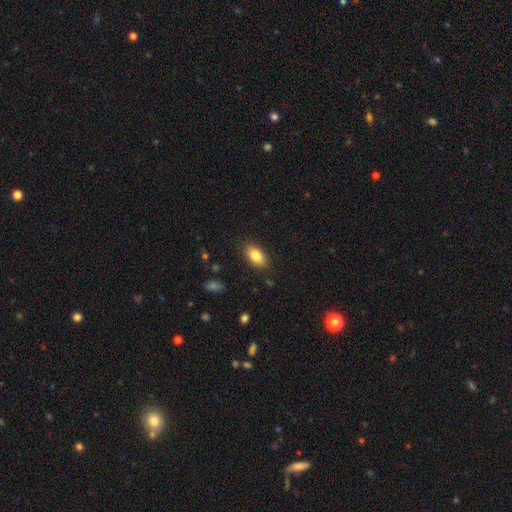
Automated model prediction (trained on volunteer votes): Smooth or featured? Predicted: smooth (p=0.85). How rounded? Predicted: in between (p=0.91). Merging? Predicted: none (p=0.86).